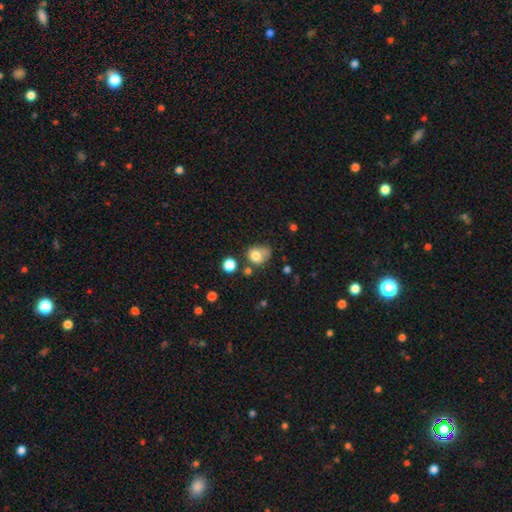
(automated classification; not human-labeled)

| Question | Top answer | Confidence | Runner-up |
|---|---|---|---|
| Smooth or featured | smooth | 77% | featured or disk (12%) |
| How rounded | round | 58% | in between (41%) |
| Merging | none | 41% | minor disturbance (30%) |